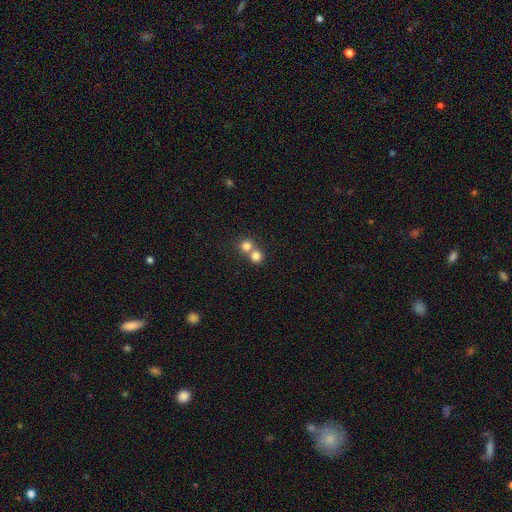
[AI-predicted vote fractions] Morphology: type=smooth (79%); roundness=round (88%); merging=merger (52%).